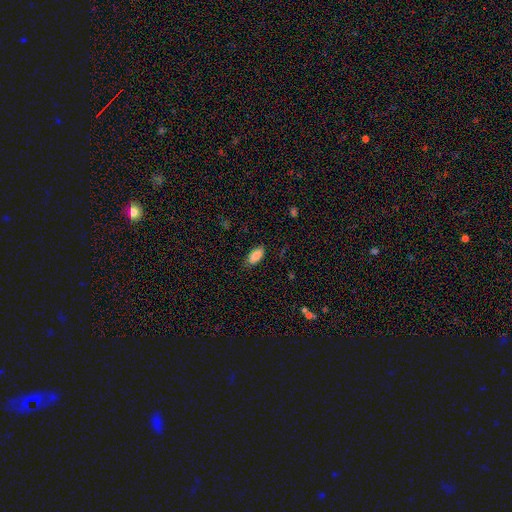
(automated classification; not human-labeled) Smooth or featured? smooth (88%)
How rounded? in between (89%)
Merging? none (80%)